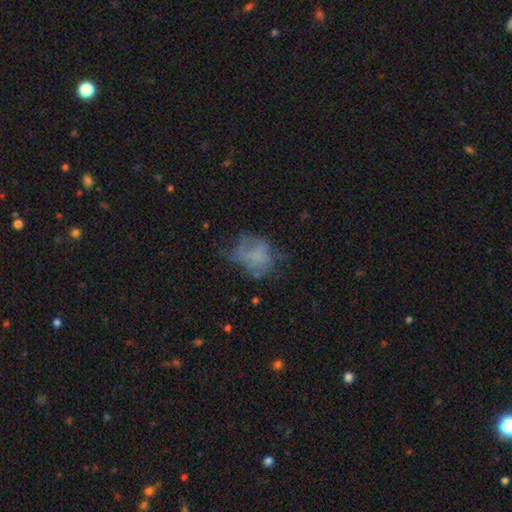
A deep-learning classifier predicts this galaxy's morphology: type=smooth (47%); merging=none (37%).